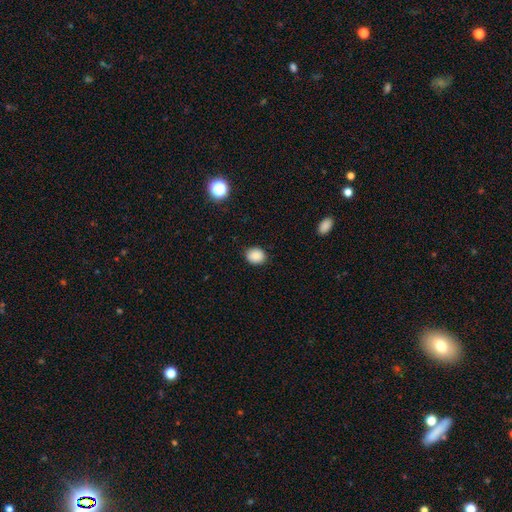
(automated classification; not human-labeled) Morphology: type=smooth (88%); roundness=round (61%); merging=none (88%).